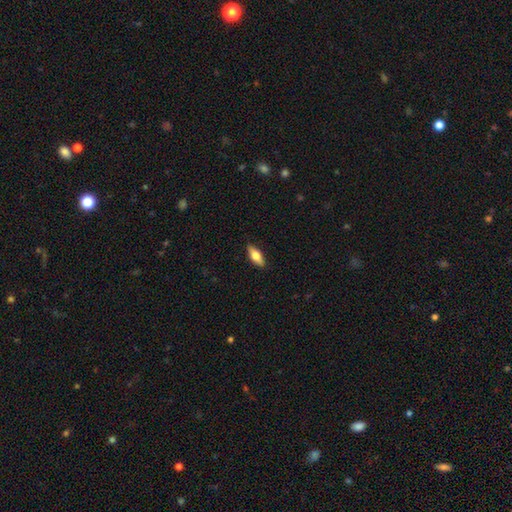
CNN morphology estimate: Q: Smooth or featured?
A: smooth (61%); runner-up: featured or disk (33%)
Q: How rounded?
A: in between (72%); runner-up: cigar-shaped (25%)
Q: Merging?
A: none (87%); runner-up: minor disturbance (10%)